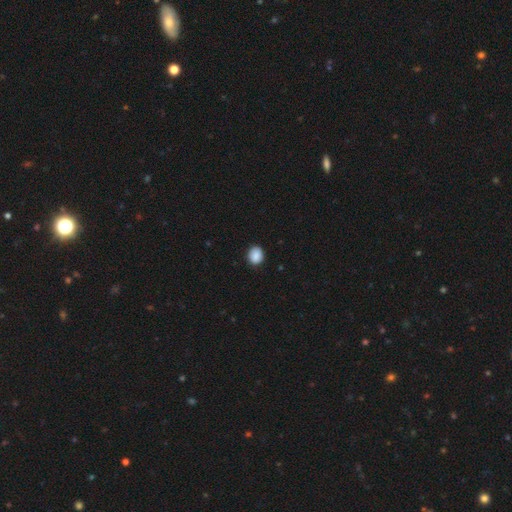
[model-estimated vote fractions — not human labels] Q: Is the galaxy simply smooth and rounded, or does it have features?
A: smooth — 89%.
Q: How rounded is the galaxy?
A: round — 60%.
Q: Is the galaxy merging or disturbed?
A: none — 88%.